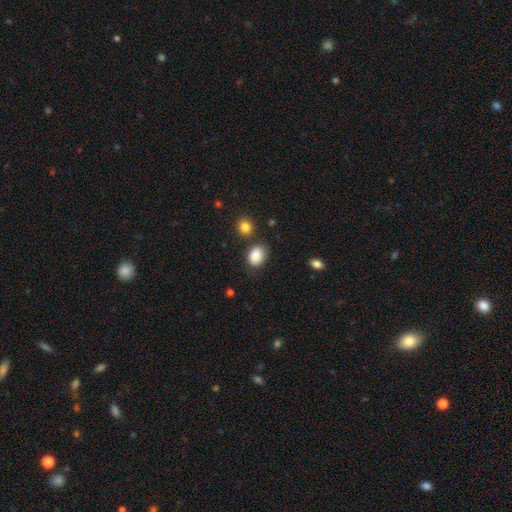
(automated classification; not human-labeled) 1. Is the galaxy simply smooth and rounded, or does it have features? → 87% smooth, 8% star or artifact, 5% featured or disk.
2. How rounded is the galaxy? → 65% in between, 34% round, 1% cigar-shaped.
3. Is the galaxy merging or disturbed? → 70% none, 19% minor disturbance, 6% merger, 5% major disturbance.